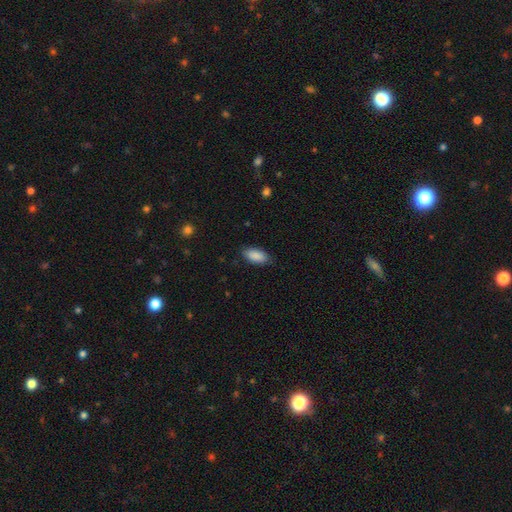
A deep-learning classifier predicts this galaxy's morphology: smooth 90%, star or artifact 6%, featured or disk 4%. Down the decision tree: how rounded — in between (91%); merging — none (84%).